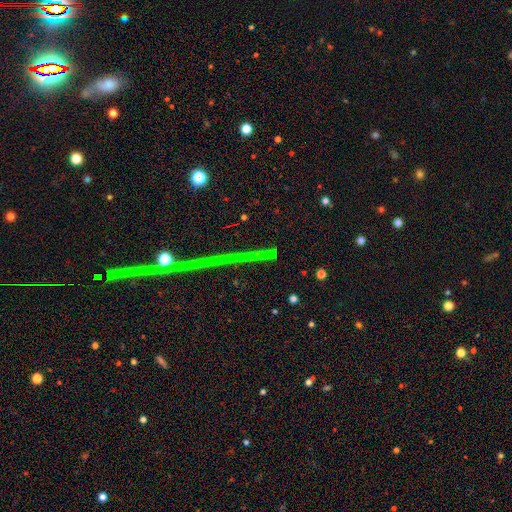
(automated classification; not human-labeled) Smooth or featured?
  - star or artifact: 74% *
  - featured or disk: 17%
  - smooth: 10%